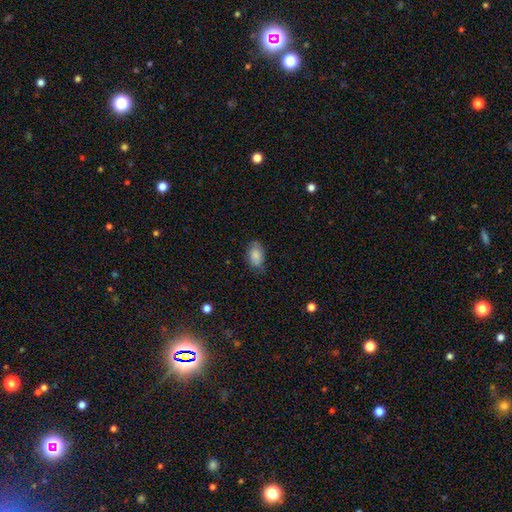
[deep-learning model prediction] This appears to be a smooth galaxy with no disk features (83%) that is in between round and cigar-shaped (89%). Merging: none (67%).